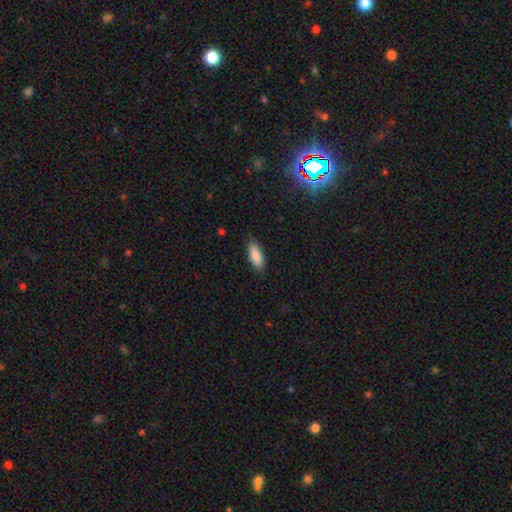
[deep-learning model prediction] This appears to be a smooth galaxy with no disk features (87%) that is in between round and cigar-shaped (75%). Merging: none (82%).